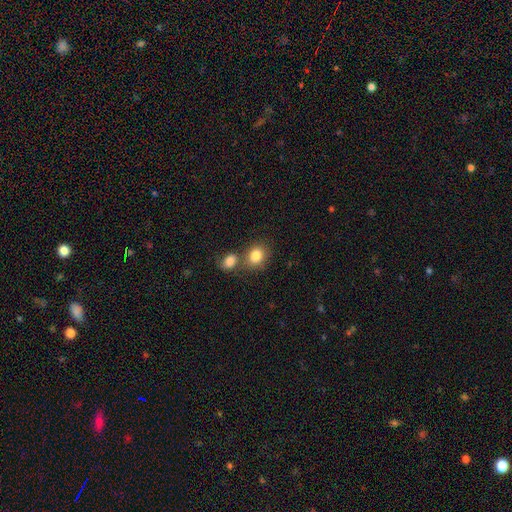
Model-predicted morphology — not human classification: smooth 84%, star or artifact 9%, featured or disk 7%. Down the decision tree: how rounded — round (55%); merging — none (54%).